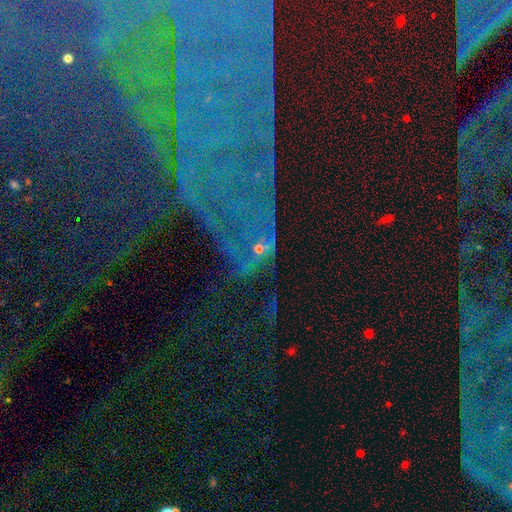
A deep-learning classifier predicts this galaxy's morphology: This appears to be a star or artifact, not a galaxy (74%).